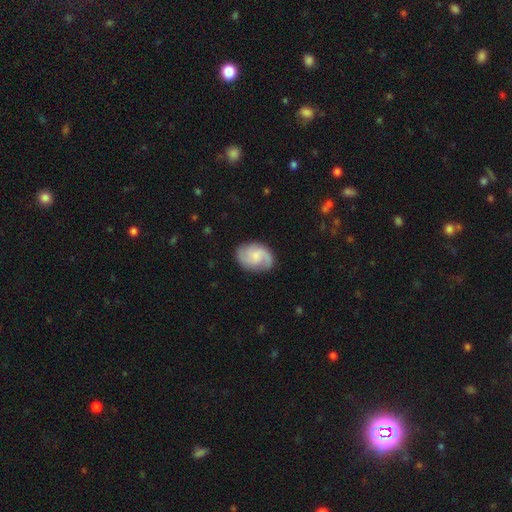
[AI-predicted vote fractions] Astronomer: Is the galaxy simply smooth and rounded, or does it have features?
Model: featured or disk — 68%.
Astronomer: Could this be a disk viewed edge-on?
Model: no — 98%.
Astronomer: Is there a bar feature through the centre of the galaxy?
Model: no — 58% (runner-up: weak, 38%).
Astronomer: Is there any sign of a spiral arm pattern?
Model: yes — 95%.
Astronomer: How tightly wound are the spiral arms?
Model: medium — 48% (runner-up: loose, 28%).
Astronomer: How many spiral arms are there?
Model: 2 — 74%.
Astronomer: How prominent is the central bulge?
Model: small — 49% (runner-up: moderate, 28%).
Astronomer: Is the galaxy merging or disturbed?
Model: none — 78%.